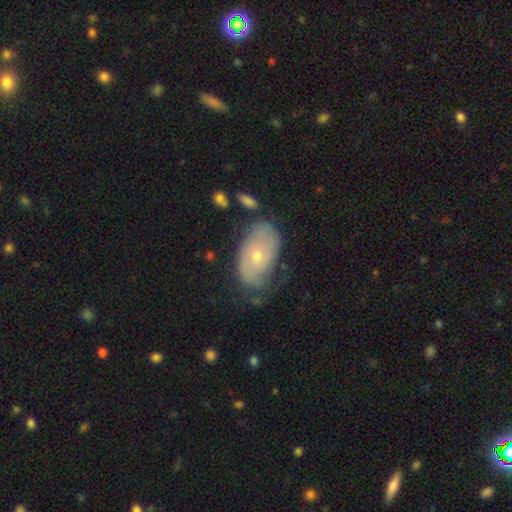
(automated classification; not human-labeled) This is possibly a featured or disk galaxy (54%). It is clearly not viewed edge-on (93%). Bar: clearly no (82%). Spiral arm pattern: likely yes (67%). Central bulge: likely small (64%). Merging: possibly none (55%).